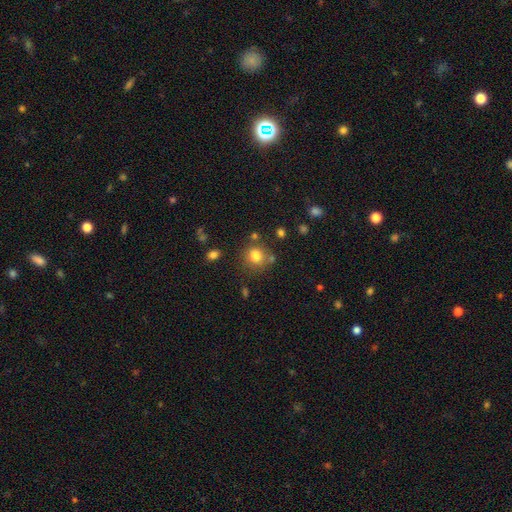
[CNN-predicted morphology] Q: Smooth or featured?
A: smooth (81%); runner-up: star or artifact (12%)
Q: How rounded?
A: round (81%); runner-up: in between (18%)
Q: Merging?
A: none (71%); runner-up: minor disturbance (14%)